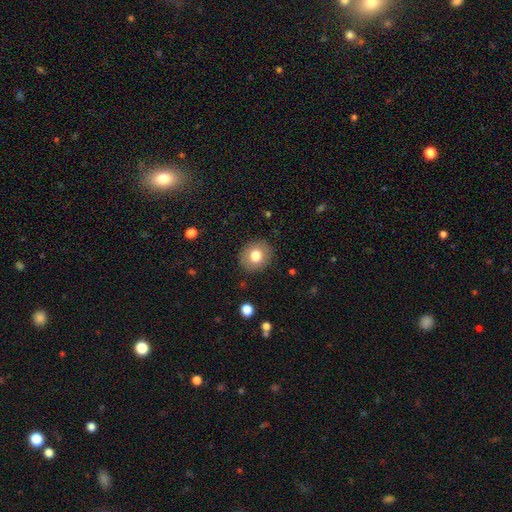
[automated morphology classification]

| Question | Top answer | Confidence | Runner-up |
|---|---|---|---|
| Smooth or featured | smooth | 77% | featured or disk (14%) |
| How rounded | round | 77% | in between (23%) |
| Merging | none | 88% | minor disturbance (8%) |